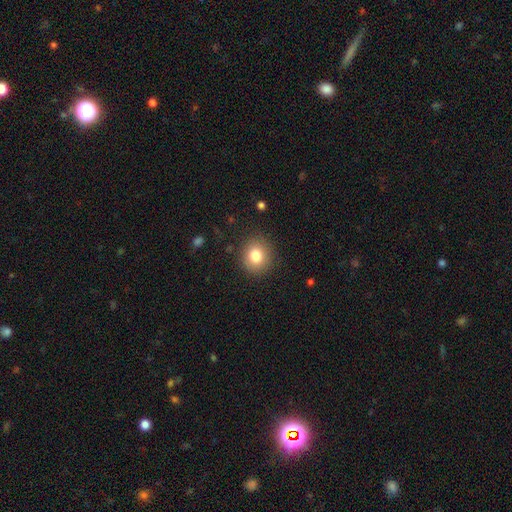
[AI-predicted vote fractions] smooth-or-featured: smooth: 81% | star or artifact: 10% | featured or disk: 9%
  how-rounded: round: 82% | in between: 17% | cigar-shaped: 1%
  merging: none: 88% | minor disturbance: 8% | major disturbance: 3% | merger: 1%